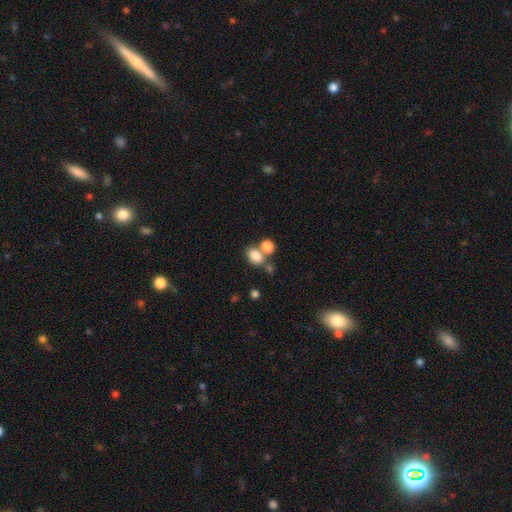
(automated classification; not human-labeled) Smooth or featured? smooth (82%)
How rounded? in between (72%)
Merging? none (47%)